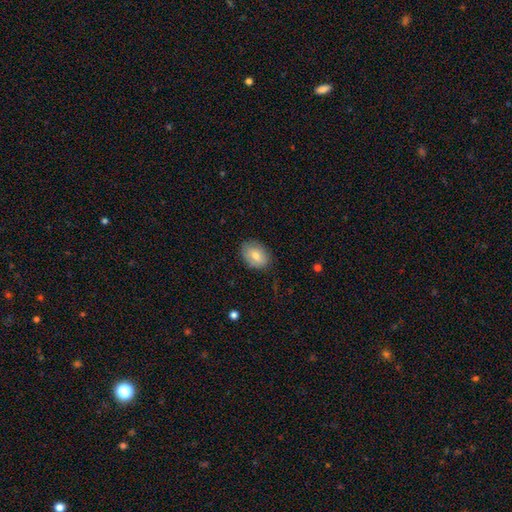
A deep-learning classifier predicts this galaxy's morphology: Q: Smooth or featured?
A: smooth (77%); runner-up: featured or disk (16%)
Q: How rounded?
A: in between (78%); runner-up: round (21%)
Q: Merging?
A: none (80%); runner-up: minor disturbance (16%)